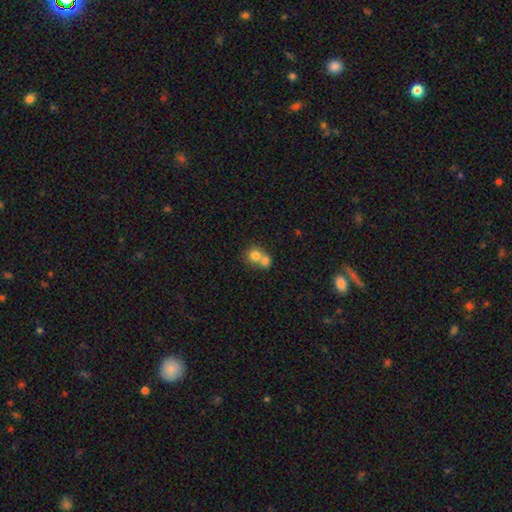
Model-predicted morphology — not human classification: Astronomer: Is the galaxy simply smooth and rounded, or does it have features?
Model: smooth — 74%.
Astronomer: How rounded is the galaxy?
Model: round — 73%.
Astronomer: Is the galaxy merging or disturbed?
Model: merger — 68%.